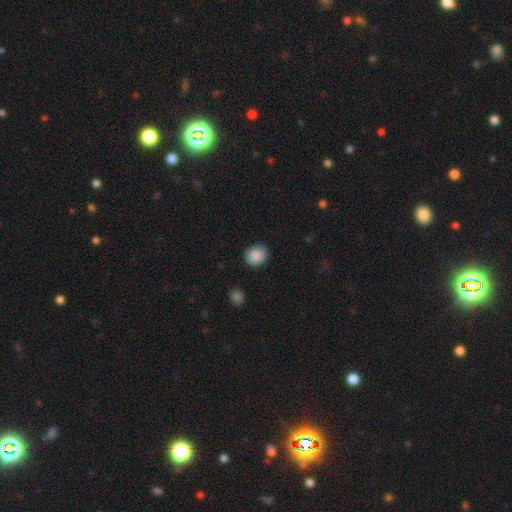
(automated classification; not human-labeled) Morphology: type=smooth (85%); roundness=round (76%); merging=none (82%).